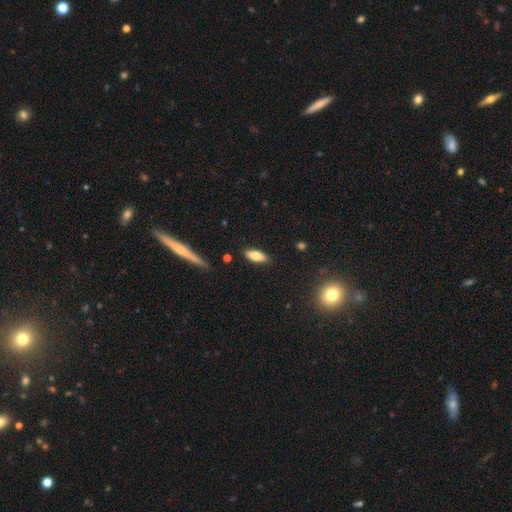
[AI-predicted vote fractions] Overall: smooth (81%). How rounded: in between (74%). Merging: none (85%).